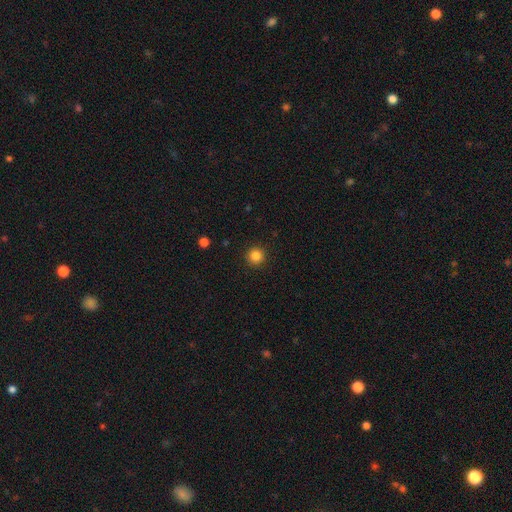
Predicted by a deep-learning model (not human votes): Smooth or featured: smooth — 85% (star or artifact — 12%)
How rounded: round — 96% (in between — 3%)
Merging: none — 93% (minor disturbance — 5%)